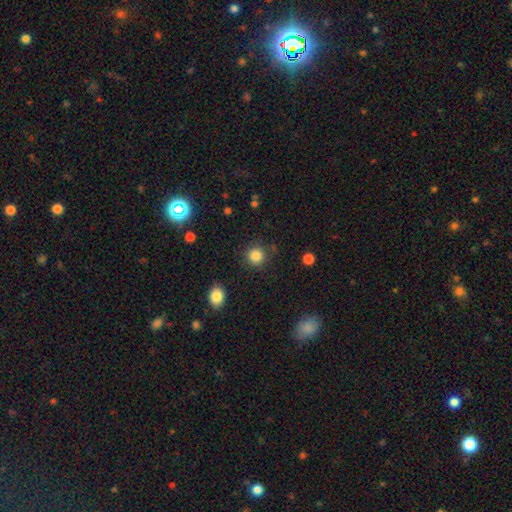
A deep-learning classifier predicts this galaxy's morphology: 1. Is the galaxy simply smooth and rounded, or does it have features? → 85% smooth, 11% star or artifact, 4% featured or disk.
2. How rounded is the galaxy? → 93% round, 6% in between, 1% cigar-shaped.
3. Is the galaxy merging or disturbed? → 87% none, 8% minor disturbance, 3% major disturbance, 2% merger.